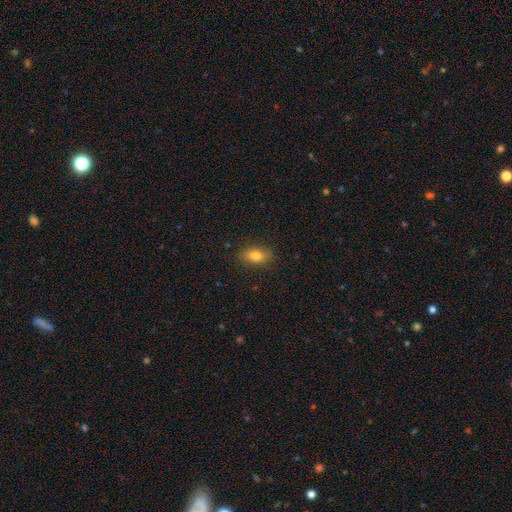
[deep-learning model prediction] Morphology: type=smooth (79%); roundness=in between (84%); merging=none (86%).